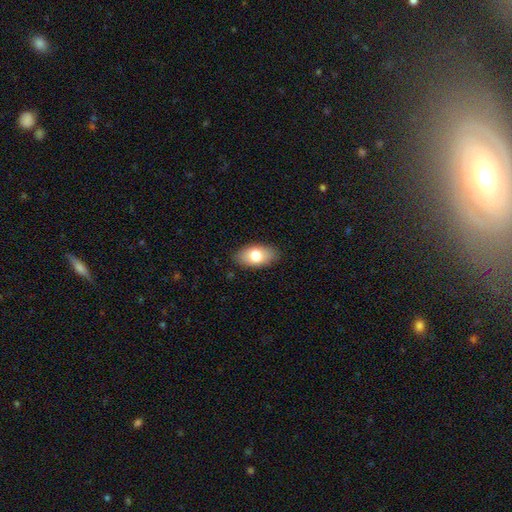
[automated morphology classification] This is likely a smooth galaxy (77%). How rounded: clearly in between (93%). Merging: clearly none (86%).